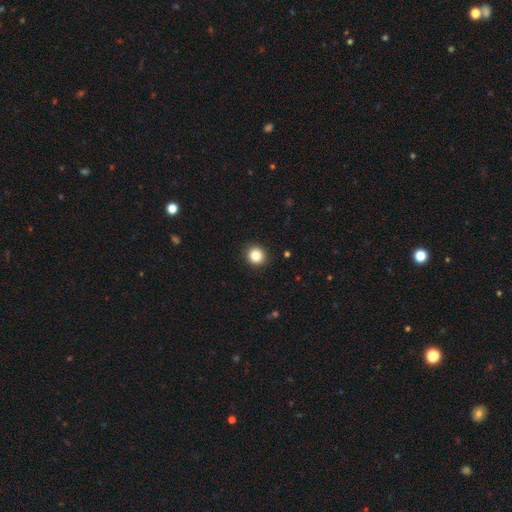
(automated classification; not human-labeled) smooth-or-featured: smooth: 86% | star or artifact: 10% | featured or disk: 4%
  how-rounded: round: 91% | in between: 8% | cigar-shaped: 1%
  merging: none: 92% | minor disturbance: 6% | major disturbance: 2% | merger: 1%